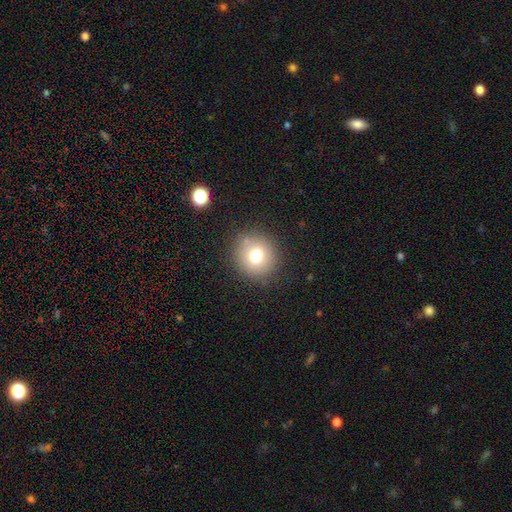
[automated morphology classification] smooth-or-featured: smooth: 74% | star or artifact: 13% | featured or disk: 13%
  how-rounded: round: 91% | in between: 8% | cigar-shaped: 1%
  merging: none: 83% | minor disturbance: 10% | major disturbance: 4% | merger: 4%